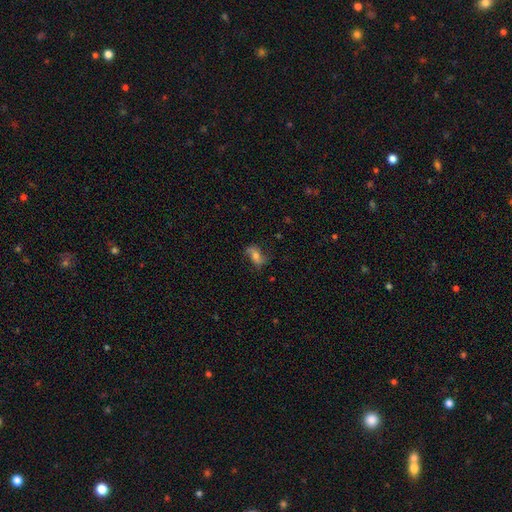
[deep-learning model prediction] Smooth or featured: featured or disk — 53% (smooth — 36%)
Edge-on disk: no — 91% (yes — 9%)
Merging: none — 69% (minor disturbance — 20%)